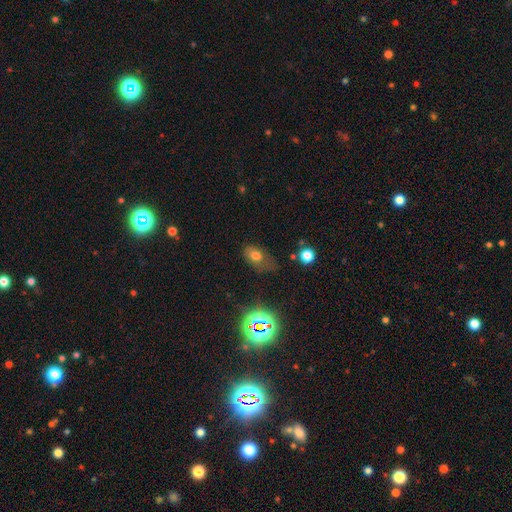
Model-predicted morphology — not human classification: smooth 66%, star or artifact 19%, featured or disk 15%. Down the decision tree: how rounded — in between (81%); merging — none (49%).